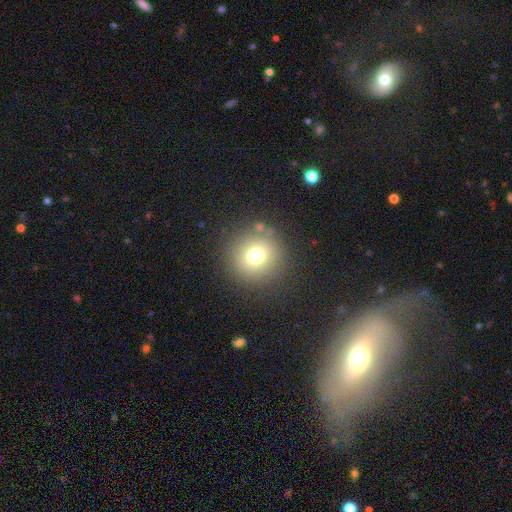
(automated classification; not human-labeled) smooth_or_featured: smooth (p=0.72) [alt: star or artifact p=0.17]
how_rounded: round (p=0.95) [alt: in between p=0.04]
merging: none (p=0.86) [alt: minor disturbance p=0.07]